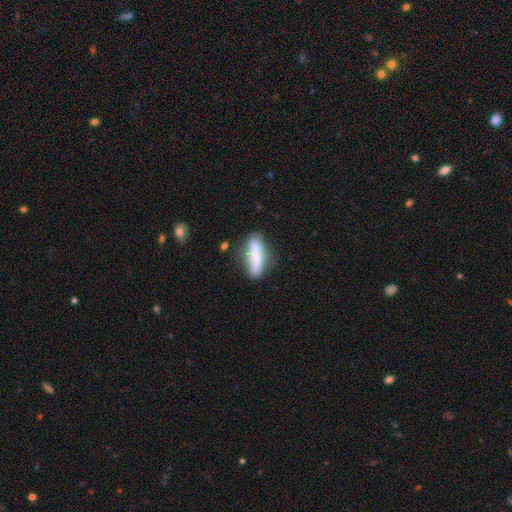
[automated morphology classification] Smooth or featured? Predicted: smooth (p=0.71). How rounded? Predicted: cigar-shaped (p=0.66). Merging? Predicted: none (p=0.69).